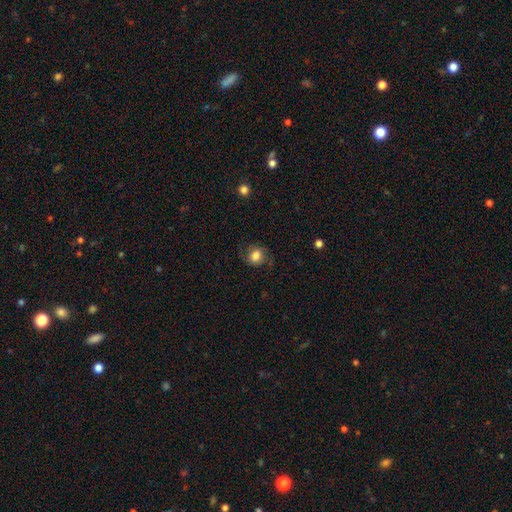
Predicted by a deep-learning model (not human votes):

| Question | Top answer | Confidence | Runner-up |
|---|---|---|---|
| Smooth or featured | smooth | 71% | featured or disk (20%) |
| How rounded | round | 68% | in between (31%) |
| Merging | none | 70% | minor disturbance (20%) |